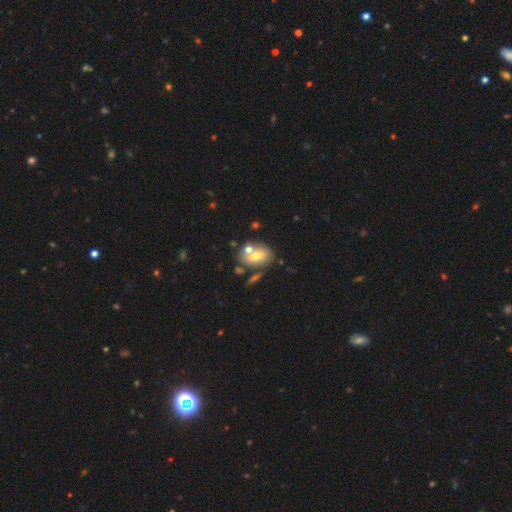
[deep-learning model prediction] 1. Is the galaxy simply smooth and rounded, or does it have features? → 63% smooth, 29% featured or disk, 9% star or artifact.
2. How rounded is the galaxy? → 78% in between, 21% round, 2% cigar-shaped.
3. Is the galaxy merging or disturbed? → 54% none, 25% merger, 16% minor disturbance, 5% major disturbance.